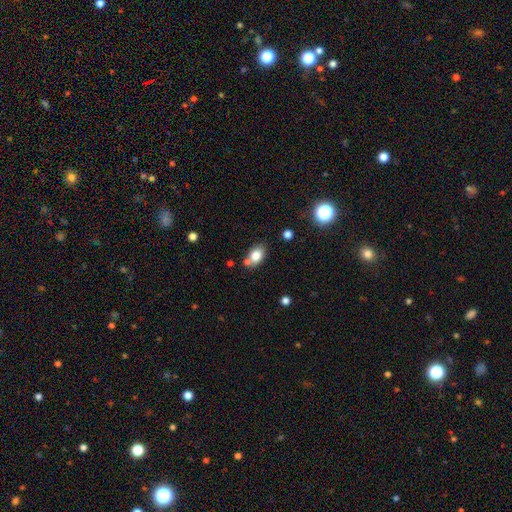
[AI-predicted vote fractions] Q: Smooth or featured?
A: smooth (80%); runner-up: star or artifact (10%)
Q: How rounded?
A: in between (75%); runner-up: round (23%)
Q: Merging?
A: none (65%); runner-up: merger (16%)